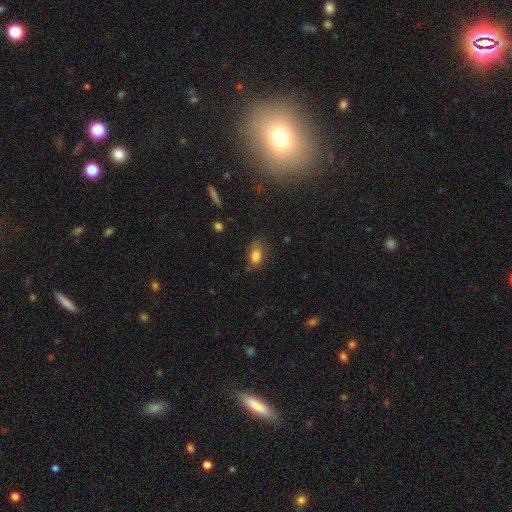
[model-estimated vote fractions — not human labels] Smooth or featured? smooth (81%)
How rounded? in between (85%)
Merging? none (58%)